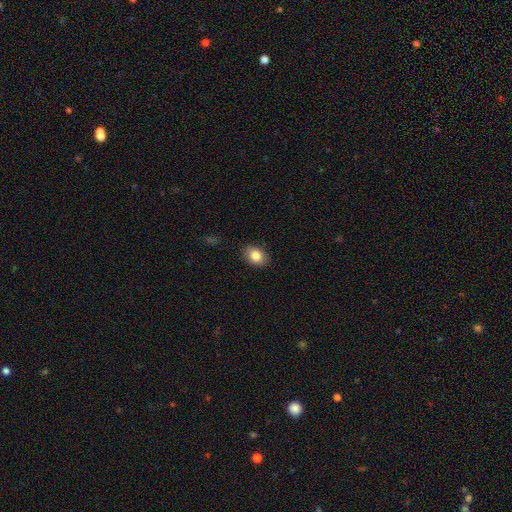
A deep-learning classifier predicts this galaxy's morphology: smooth-or-featured: smooth: 84% | star or artifact: 8% | featured or disk: 8%
  how-rounded: in between: 75% | round: 24% | cigar-shaped: 1%
  merging: none: 87% | minor disturbance: 10% | major disturbance: 2% | merger: 1%